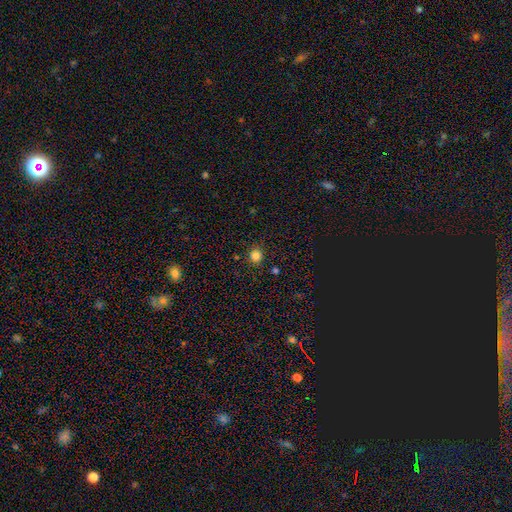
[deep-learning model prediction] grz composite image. It shows a smooth galaxy with no disk features (82%) that is round (89%). Merging: none (88%).